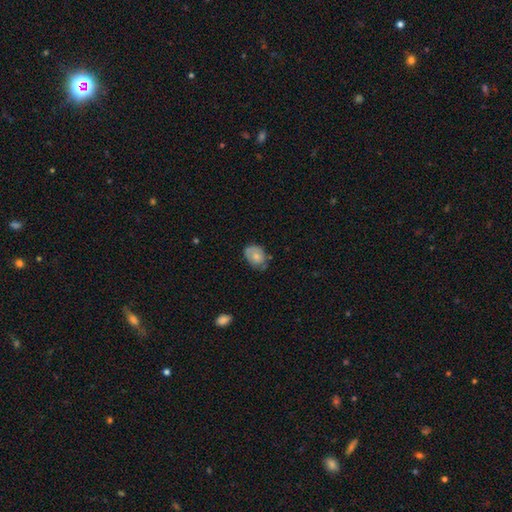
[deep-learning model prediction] Overall: smooth (65%; featured or disk 28%). How rounded: in between (65%; round 34%). Merging: none (57%; minor disturbance 32%).